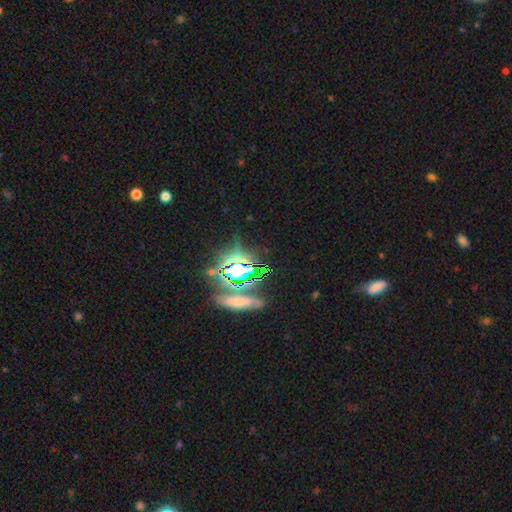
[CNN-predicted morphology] This is likely a star or artifact rather than a galaxy (74%).